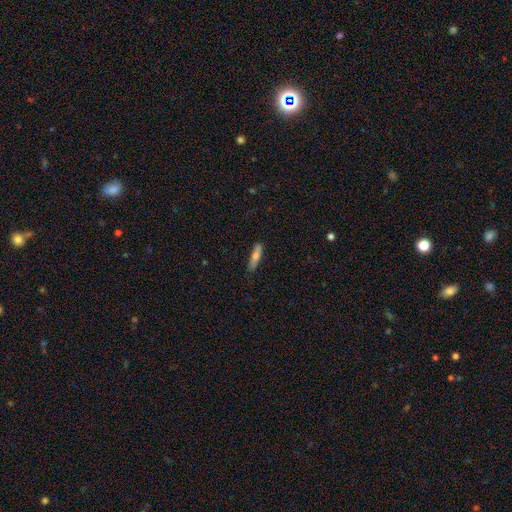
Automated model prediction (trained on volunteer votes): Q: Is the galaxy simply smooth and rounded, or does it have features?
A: smooth — 63%.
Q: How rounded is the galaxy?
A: cigar-shaped — 76%.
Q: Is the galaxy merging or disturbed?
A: none — 81%.